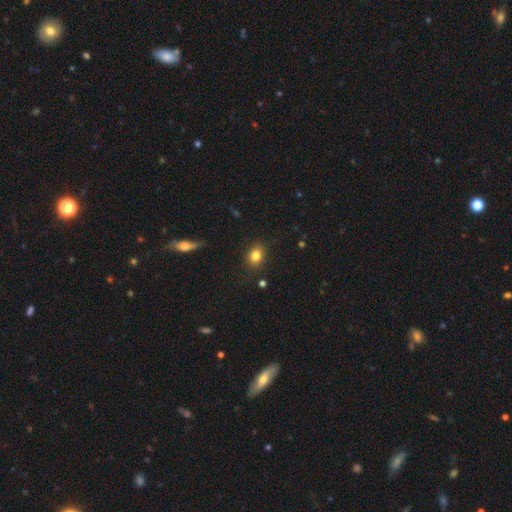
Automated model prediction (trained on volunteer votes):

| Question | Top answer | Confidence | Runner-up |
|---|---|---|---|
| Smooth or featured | smooth | 83% | star or artifact (10%) |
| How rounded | in between | 55% | round (44%) |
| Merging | none | 85% | minor disturbance (11%) |